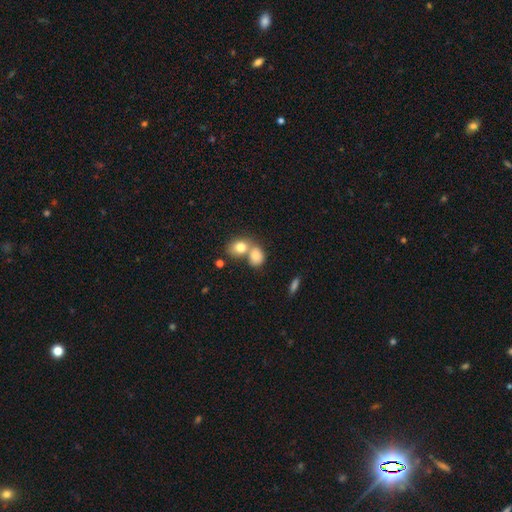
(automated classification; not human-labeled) Morphology: type=smooth (79%); roundness=round (53%); merging=merger (59%).